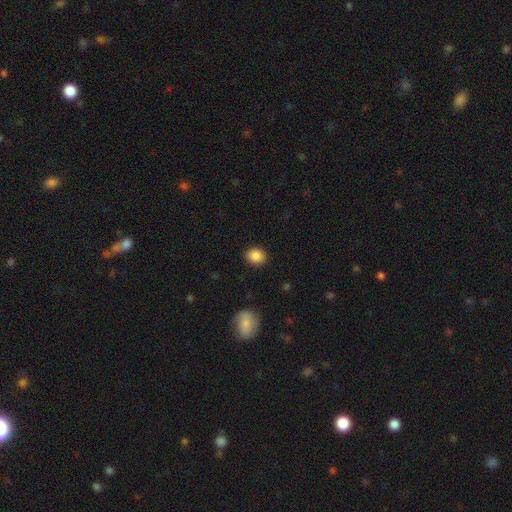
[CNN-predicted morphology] The model was most divided on "how rounded": round: 61%, in between: 38%, cigar-shaped: 1%. More confident: merging — none (89%); smooth or featured — smooth (87%).